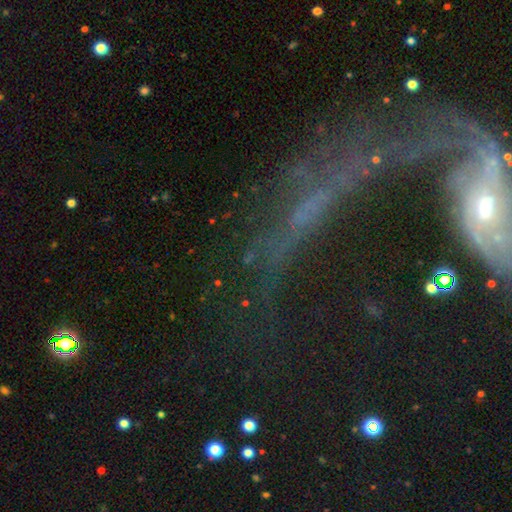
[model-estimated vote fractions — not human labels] Smooth or featured?
  - star or artifact: 40% *
  - featured or disk: 32%
  - smooth: 29%